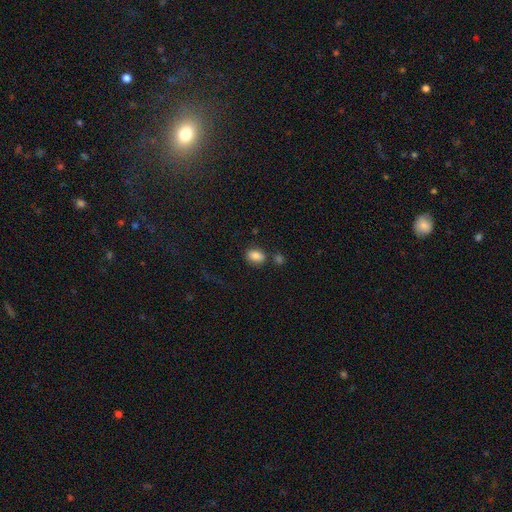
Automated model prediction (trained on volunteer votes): Smooth or featured: smooth — 84% (star or artifact — 9%)
How rounded: in between — 79% (round — 19%)
Merging: none — 71% (minor disturbance — 13%)